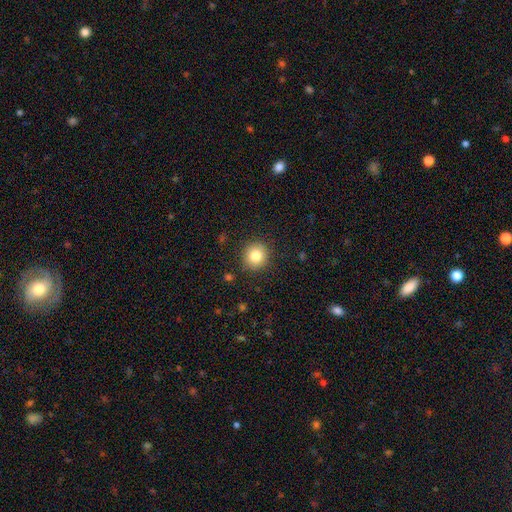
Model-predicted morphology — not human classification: smooth_or_featured: smooth (p=0.82) [alt: star or artifact p=0.10]
how_rounded: round (p=0.92) [alt: in between p=0.07]
merging: none (p=0.90) [alt: minor disturbance p=0.07]